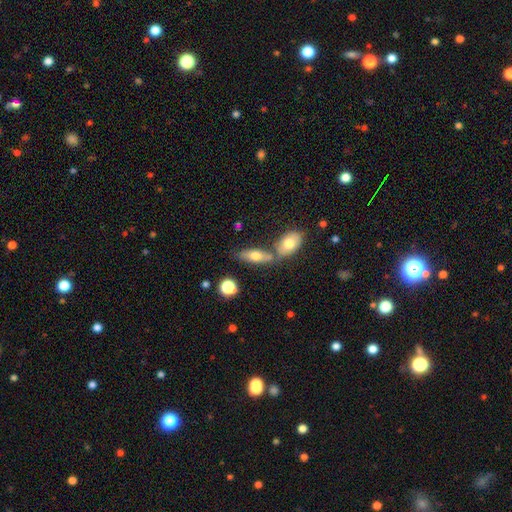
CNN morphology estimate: Overall: smooth (65%; featured or disk 28%). How rounded: in between (69%). Merging: none (51%; merger 33%).